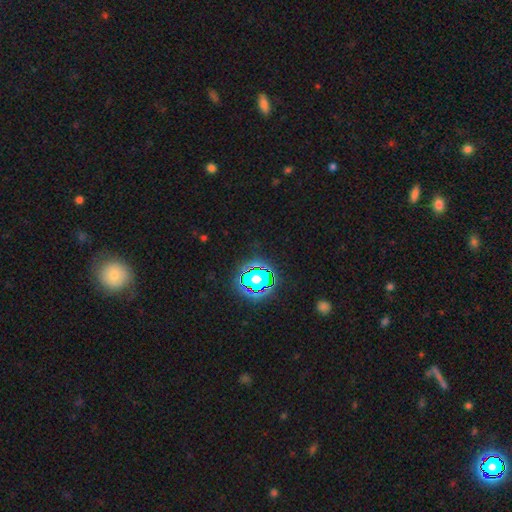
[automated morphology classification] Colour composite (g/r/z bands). It shows a star or artifact, not a galaxy (77%).